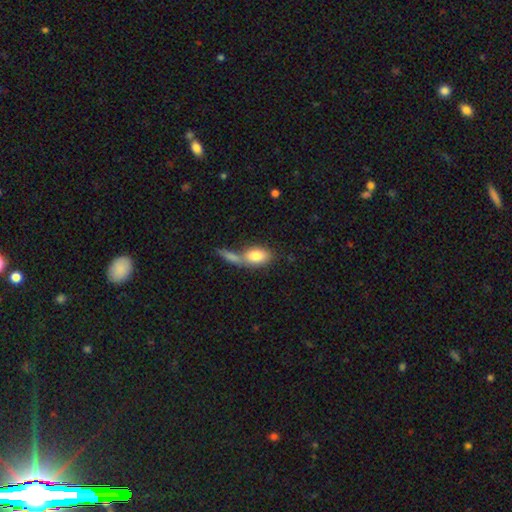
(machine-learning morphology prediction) smooth_or_featured: smooth (p=0.80) [alt: featured or disk p=0.14]
how_rounded: in between (p=0.87) [alt: round p=0.08]
merging: merger (p=0.49) [alt: none p=0.35]